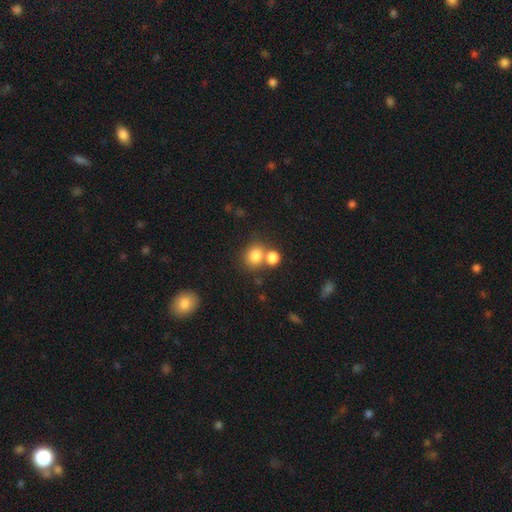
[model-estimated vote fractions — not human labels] smooth_or_featured: smooth (p=0.80) [alt: star or artifact p=0.12]
how_rounded: round (p=0.78) [alt: in between p=0.21]
merging: none (p=0.56) [alt: merger p=0.31]